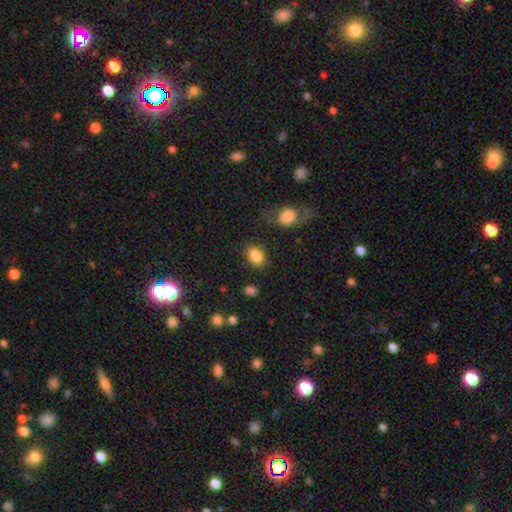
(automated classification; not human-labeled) smooth-or-featured: smooth: 86% | star or artifact: 8% | featured or disk: 6%
  how-rounded: in between: 76% | round: 23% | cigar-shaped: 1%
  merging: none: 81% | minor disturbance: 12% | major disturbance: 4% | merger: 3%